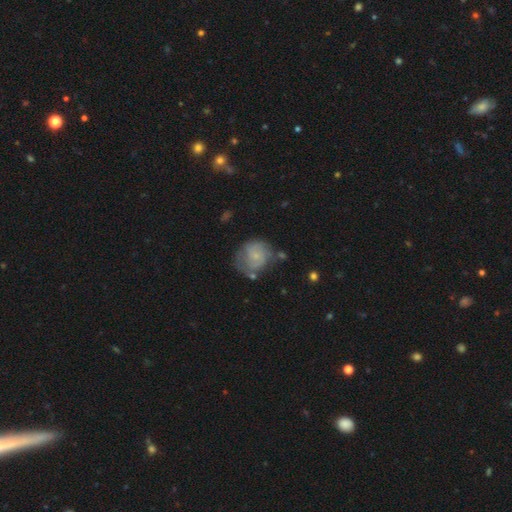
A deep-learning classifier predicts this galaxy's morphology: A featured or disk galaxy (58%) with no bar (70%), spiral arms (84%) and a small central bulge (70%).

Vote fractions:
- Smooth or featured? featured or disk: 58% / smooth: 34% / star or artifact: 8%
- Edge-on disk? no: 98% / yes: 2%
- Bar? no: 70% / weak: 27% / strong: 4%
- Spiral arms? yes: 84% / no: 16%
- Bulge size? small: 70% / moderate: 14% / none: 13% / large: 1% / dominant: 1%
- Merging? none: 52% / minor disturbance: 27% / major disturbance: 15% / merger: 7%